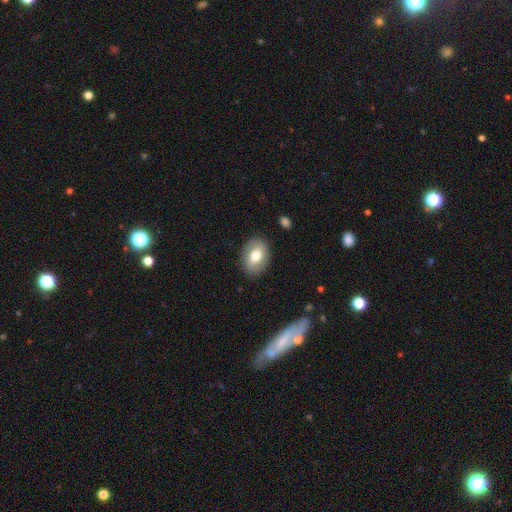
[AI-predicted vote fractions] The model was most divided on "smooth or featured": smooth: 63%, featured or disk: 30%, star or artifact: 7%. More confident: merging — none (84%); how rounded — in between (77%).